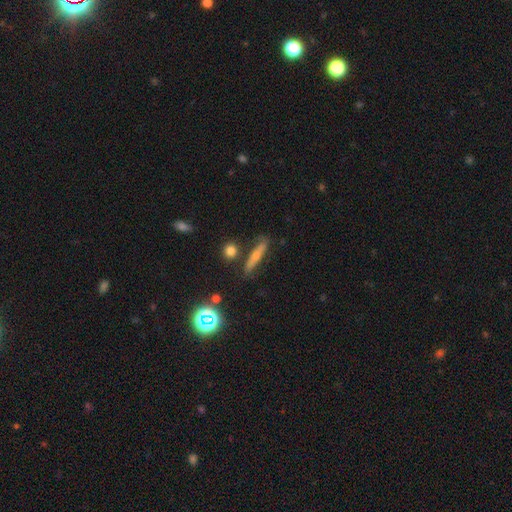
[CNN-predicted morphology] Q: Smooth or featured?
A: smooth (54%); runner-up: featured or disk (35%)
Q: How rounded?
A: cigar-shaped (82%); runner-up: in between (12%)
Q: Merging?
A: none (75%); runner-up: minor disturbance (15%)